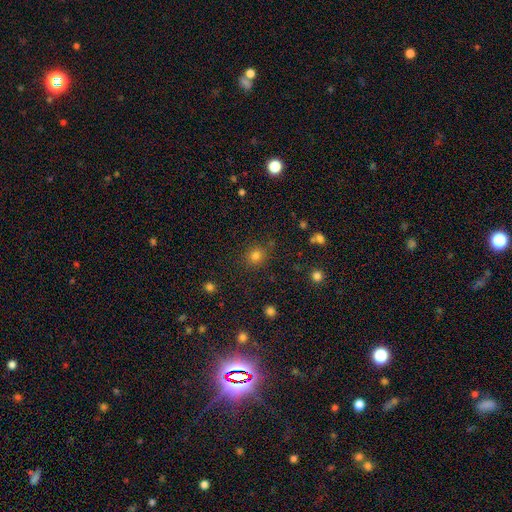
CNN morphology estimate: Smooth or featured: smooth — 78% (star or artifact — 17%)
How rounded: round — 85% (in between — 14%)
Merging: none — 86% (minor disturbance — 8%)